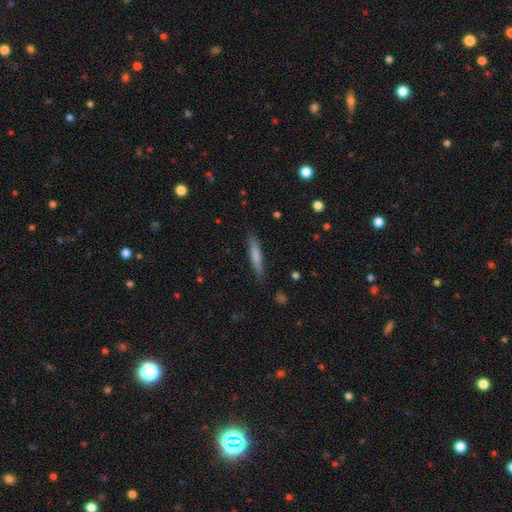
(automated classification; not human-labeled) smooth_or_featured: smooth (p=0.67) [alt: featured or disk p=0.27]
how_rounded: cigar-shaped (p=0.91) [alt: in between p=0.08]
merging: none (p=0.86) [alt: minor disturbance p=0.10]